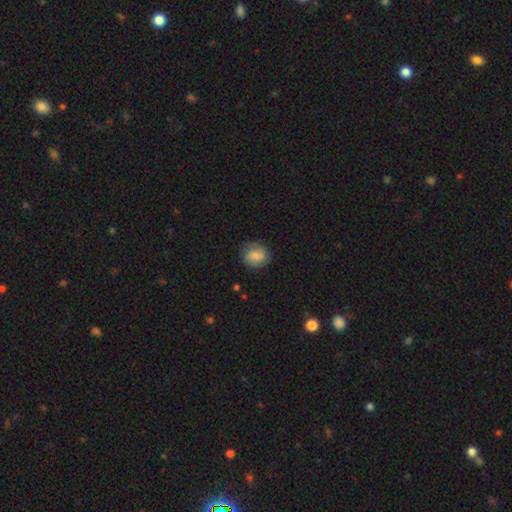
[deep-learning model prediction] Smooth or featured? smooth (73%)
How rounded? round (64%)
Merging? none (75%)